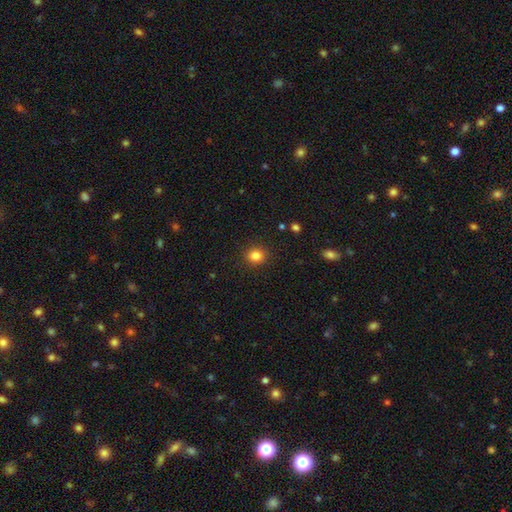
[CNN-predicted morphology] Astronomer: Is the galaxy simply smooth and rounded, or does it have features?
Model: smooth — 83%.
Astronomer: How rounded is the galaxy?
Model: round — 75%.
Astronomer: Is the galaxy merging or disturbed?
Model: none — 90%.